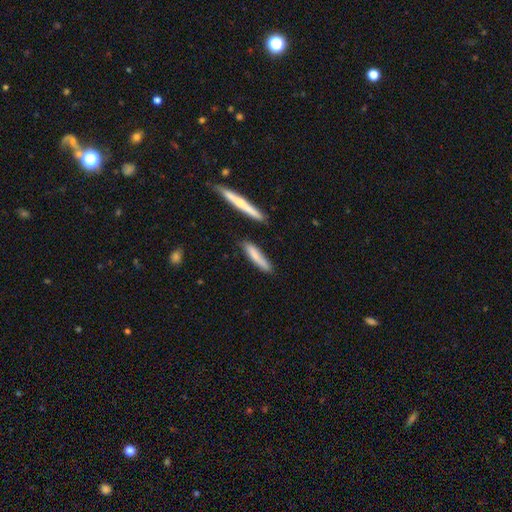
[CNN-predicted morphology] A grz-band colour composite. It shows a smooth galaxy with no disk features (73%) that is cigar-shaped (86%). Merging: none (76%).